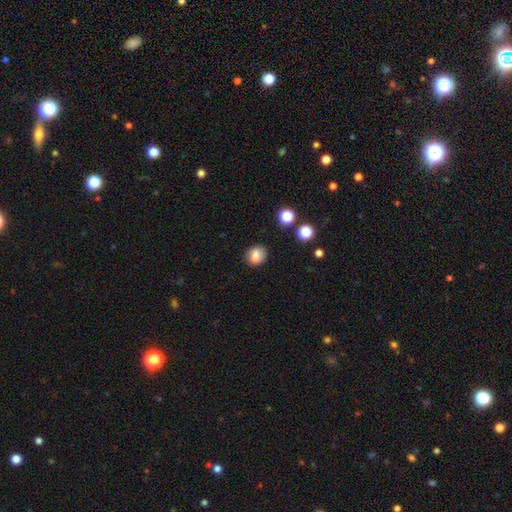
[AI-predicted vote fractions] Morphology: type=smooth (79%); roundness=round (53%); merging=none (74%).